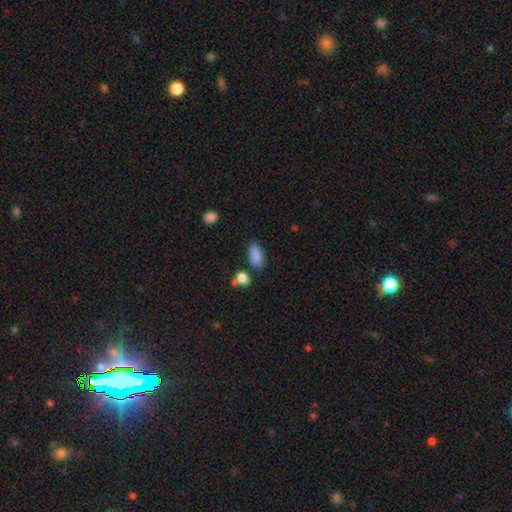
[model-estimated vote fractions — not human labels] smooth 87%, star or artifact 8%, featured or disk 5%. Down the decision tree: how rounded — in between (91%); merging — none (78%).